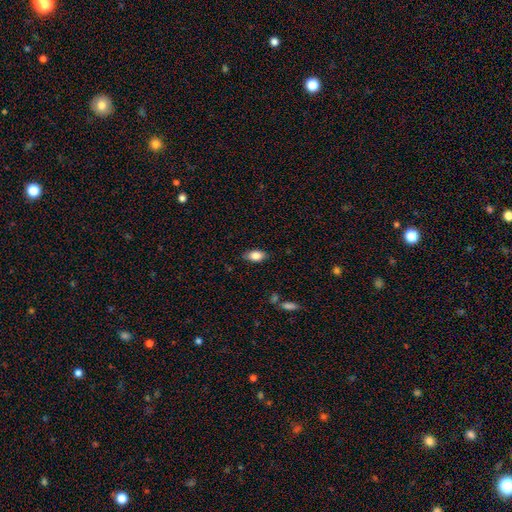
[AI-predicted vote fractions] smooth 84%, featured or disk 9%, star or artifact 7%. Down the decision tree: how rounded — in between (90%); merging — none (84%).